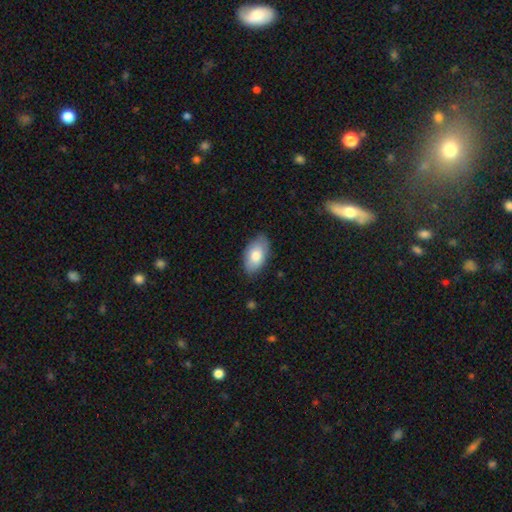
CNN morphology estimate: This is likely a smooth galaxy (76%). How rounded: clearly in between (94%). Merging: likely none (77%).